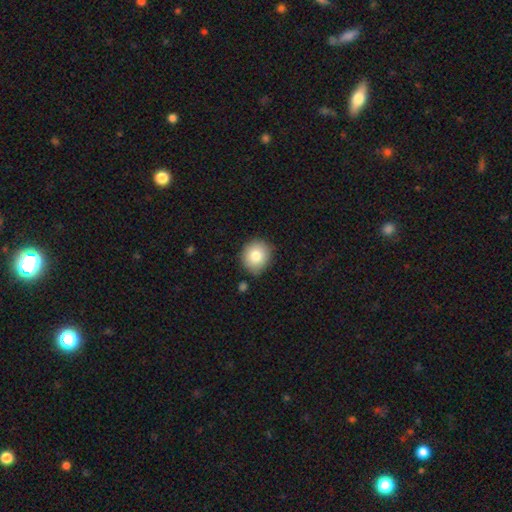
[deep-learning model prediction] smooth-or-featured: smooth: 81% | featured or disk: 10% | star or artifact: 9%
  how-rounded: round: 80% | in between: 19% | cigar-shaped: 1%
  merging: none: 83% | minor disturbance: 12% | major disturbance: 2% | merger: 2%